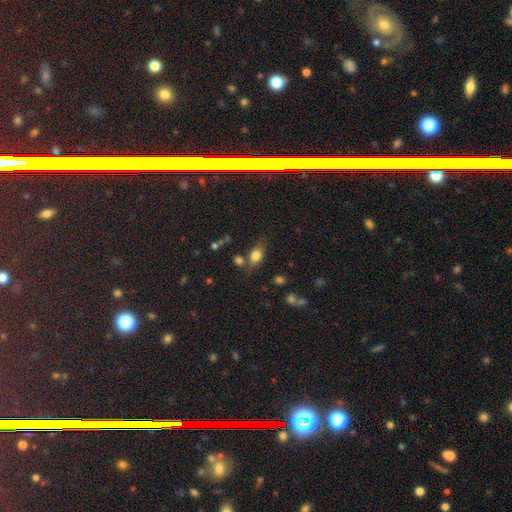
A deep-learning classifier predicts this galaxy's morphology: A smooth galaxy with no disk features (76%) that is in between round and cigar-shaped (77%). Merging: none (65%).